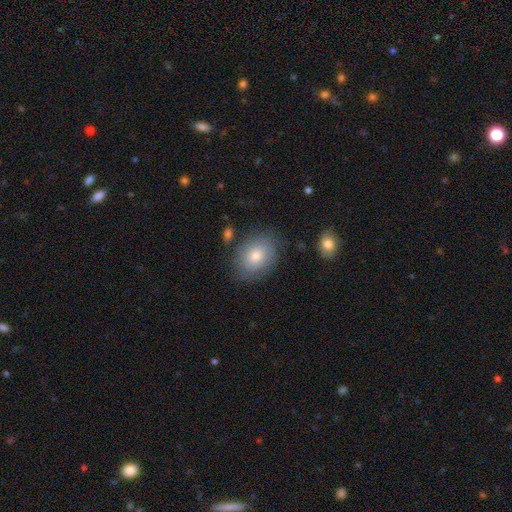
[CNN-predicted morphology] Smooth or featured?
  - smooth: 72% *
  - featured or disk: 19%
  - star or artifact: 9%
How rounded?
  - in between: 61% *
  - round: 38%
  - cigar-shaped: 1%
Merging?
  - none: 77% *
  - minor disturbance: 16%
  - major disturbance: 5%
  - merger: 3%